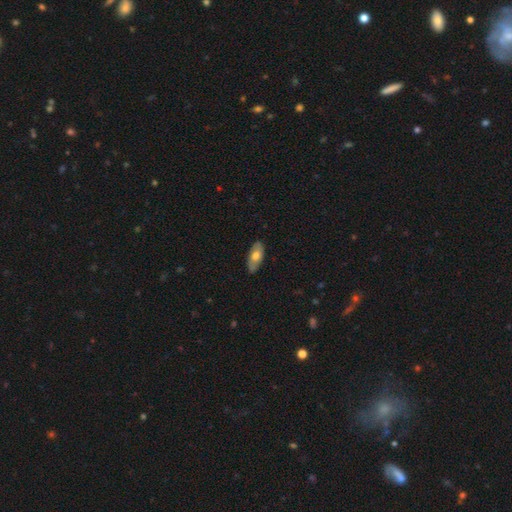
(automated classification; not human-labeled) Smooth or featured? Predicted: smooth (p=0.65). How rounded? Predicted: in between (p=0.86). Merging? Predicted: none (p=0.83).